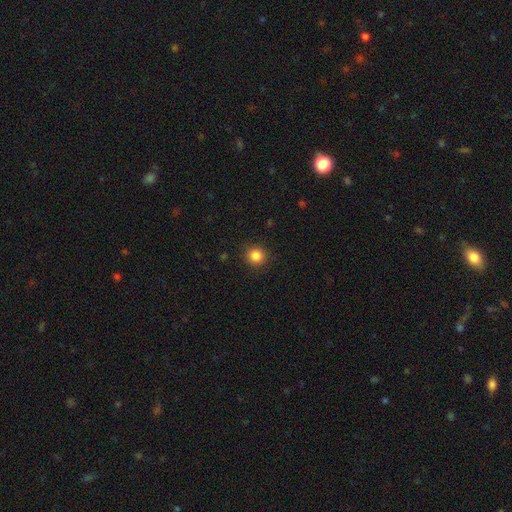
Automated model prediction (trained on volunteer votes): smooth 85%, star or artifact 11%, featured or disk 4%. Down the decision tree: how rounded — round (91%); merging — none (90%).